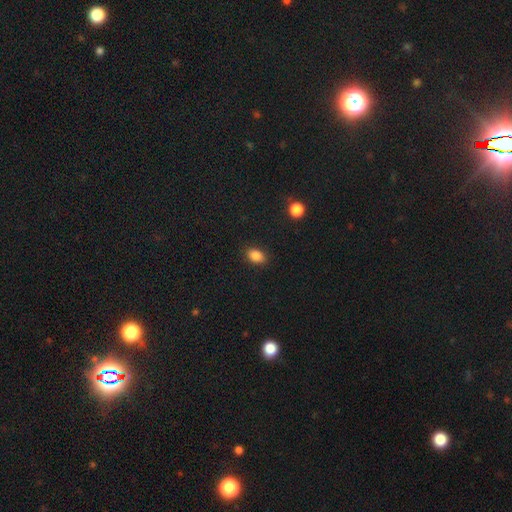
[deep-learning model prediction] The model was most divided on "how rounded": in between: 82%, round: 16%, cigar-shaped: 2%. More confident: merging — none (87%); smooth or featured — smooth (86%).